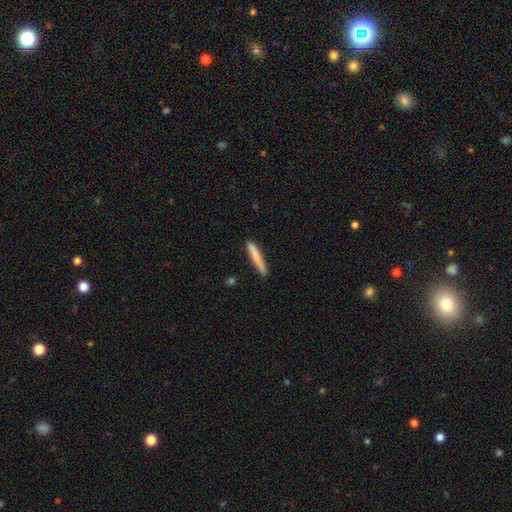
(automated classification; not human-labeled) This is likely a smooth galaxy (72%). How rounded: clearly cigar-shaped (94%). Merging: clearly none (81%).